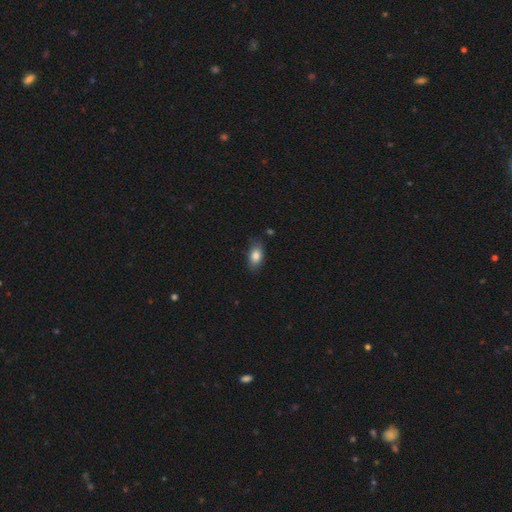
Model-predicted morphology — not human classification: Q: Smooth or featured?
A: smooth (84%); runner-up: featured or disk (9%)
Q: How rounded?
A: in between (88%); runner-up: round (8%)
Q: Merging?
A: none (79%); runner-up: minor disturbance (16%)